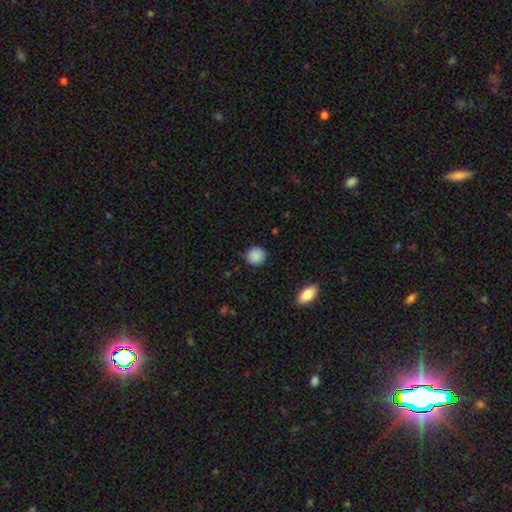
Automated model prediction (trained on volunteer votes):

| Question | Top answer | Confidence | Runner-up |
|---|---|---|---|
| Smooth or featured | smooth | 89% | star or artifact (8%) |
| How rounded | round | 90% | in between (9%) |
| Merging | none | 87% | minor disturbance (9%) |